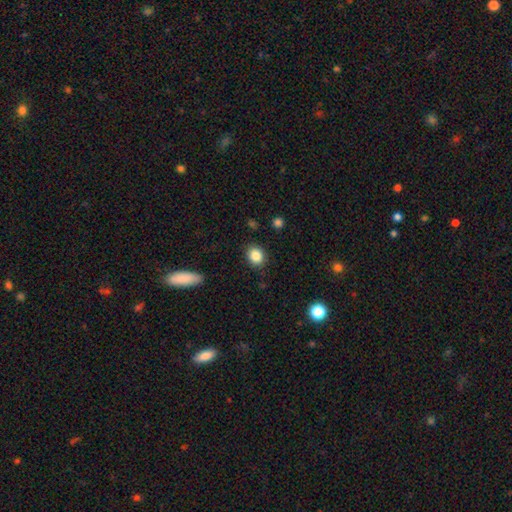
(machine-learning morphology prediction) smooth 86%, star or artifact 10%, featured or disk 5%. Down the decision tree: how rounded — round (65%); merging — none (88%).